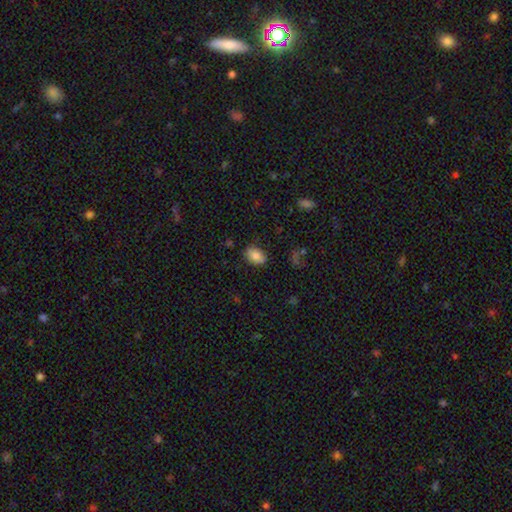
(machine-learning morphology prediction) Overall: smooth (82%). How rounded: in between (82%). Merging: none (84%).